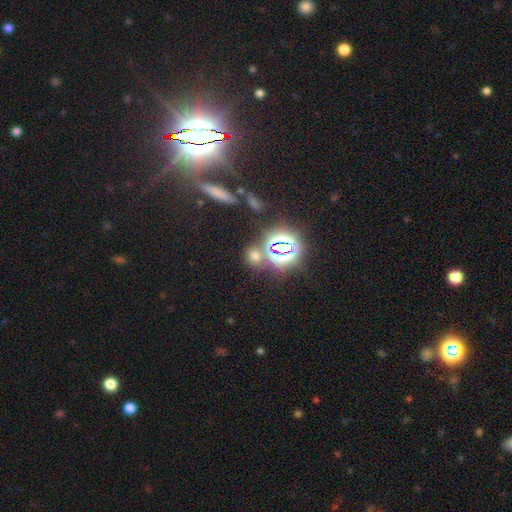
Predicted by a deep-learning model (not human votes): smooth 48%, star or artifact 45%, featured or disk 7%. Down the decision tree: merging — none (73%).